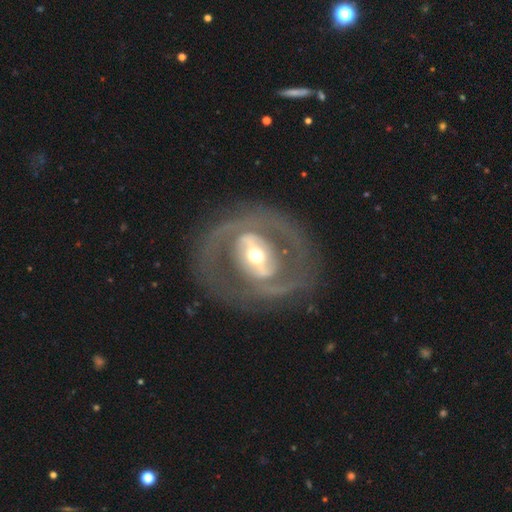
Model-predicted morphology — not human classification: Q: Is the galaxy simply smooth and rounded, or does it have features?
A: featured or disk — 80%.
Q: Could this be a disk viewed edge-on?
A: no — 93%.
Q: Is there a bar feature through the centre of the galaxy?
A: strong — 49%.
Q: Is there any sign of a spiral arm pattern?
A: yes — 55%.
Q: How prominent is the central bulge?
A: moderate — 64%.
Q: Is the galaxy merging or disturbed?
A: none — 73%.